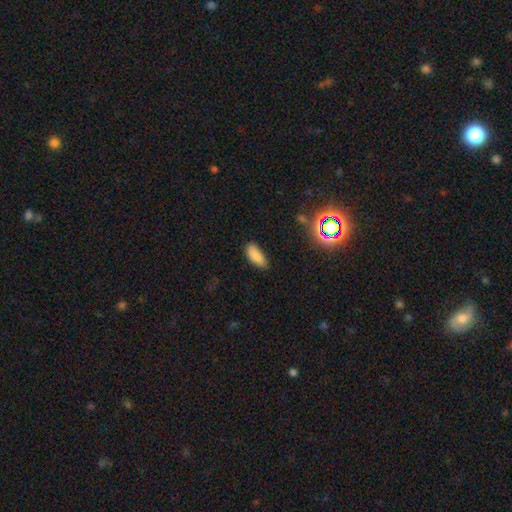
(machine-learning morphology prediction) Smooth or featured? smooth (84%)
How rounded? in between (80%)
Merging? none (77%)